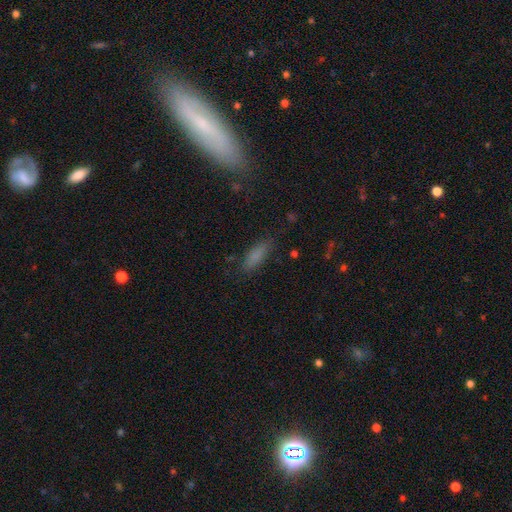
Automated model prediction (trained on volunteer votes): smooth_or_featured: smooth (p=0.81) [alt: star or artifact p=0.11]
how_rounded: in between (p=0.57) [alt: cigar-shaped p=0.40]
merging: none (p=0.78) [alt: minor disturbance p=0.15]